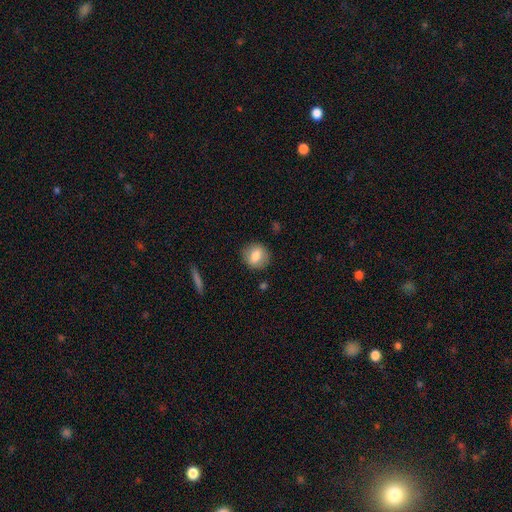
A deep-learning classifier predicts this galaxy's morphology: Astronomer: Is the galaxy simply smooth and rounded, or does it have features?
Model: smooth — 78%.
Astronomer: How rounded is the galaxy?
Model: round — 76%.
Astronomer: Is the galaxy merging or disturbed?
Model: none — 86%.